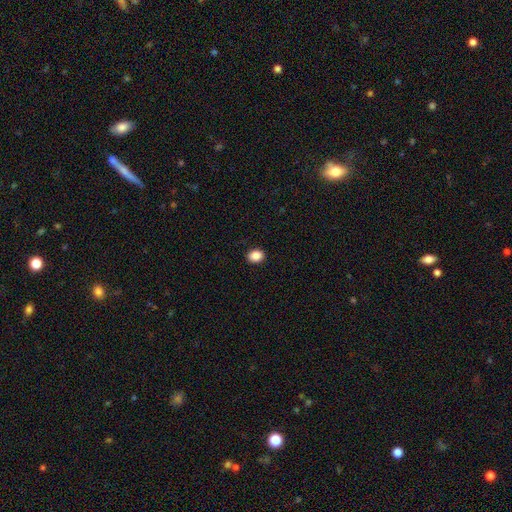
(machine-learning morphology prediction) Smooth or featured: smooth — 88% (star or artifact — 9%)
How rounded: in between — 56% (round — 43%)
Merging: none — 90% (minor disturbance — 7%)